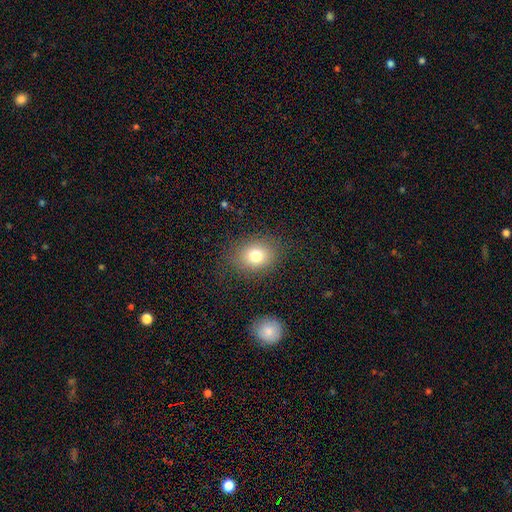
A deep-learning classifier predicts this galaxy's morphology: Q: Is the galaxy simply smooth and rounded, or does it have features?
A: smooth — 77%.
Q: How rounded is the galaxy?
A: round — 53%.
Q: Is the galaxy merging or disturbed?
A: none — 82%.